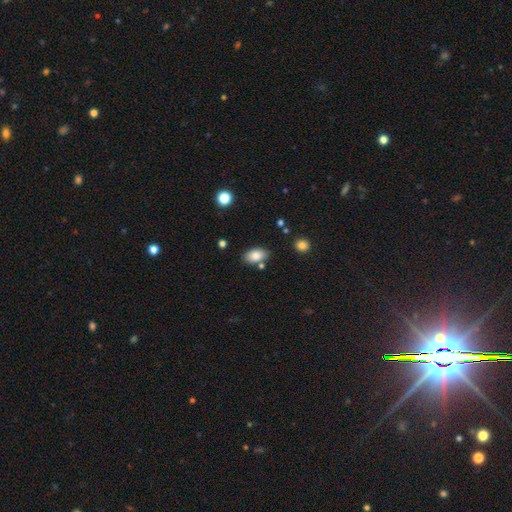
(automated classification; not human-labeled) This appears to be a smooth galaxy with no disk features (83%) that is in between round and cigar-shaped (91%). Merging: none (77%).